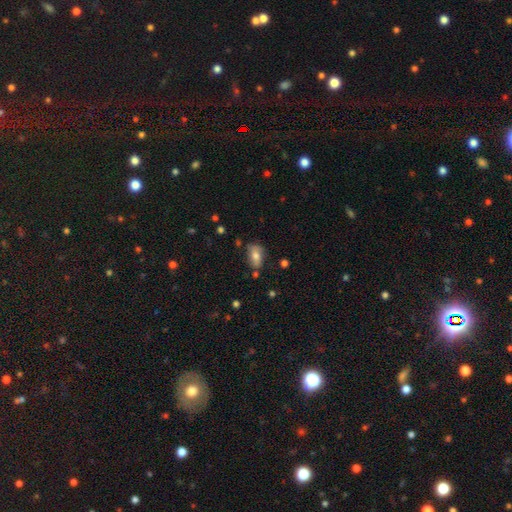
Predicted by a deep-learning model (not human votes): The model was most divided on "merging": none: 67%, minor disturbance: 23%, major disturbance: 6%, merger: 5%. More confident: how rounded — in between (87%); smooth or featured — smooth (69%).